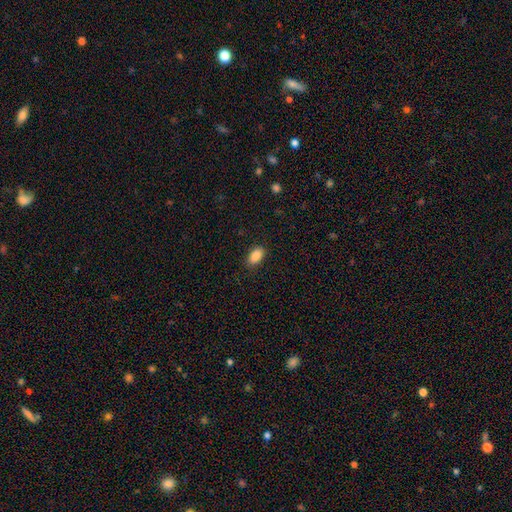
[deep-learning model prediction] The model was most divided on "merging": none: 87%, minor disturbance: 10%, major disturbance: 2%, merger: 1%. More confident: how rounded — in between (93%); smooth or featured — smooth (89%).